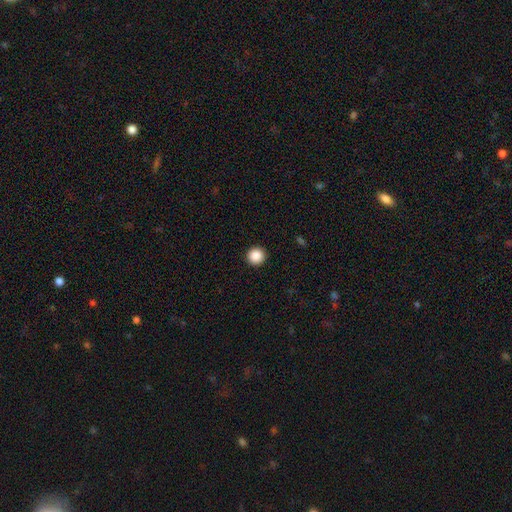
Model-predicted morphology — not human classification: Smooth or featured? Predicted: smooth (p=0.88). How rounded? Predicted: round (p=0.96). Merging? Predicted: none (p=0.93).